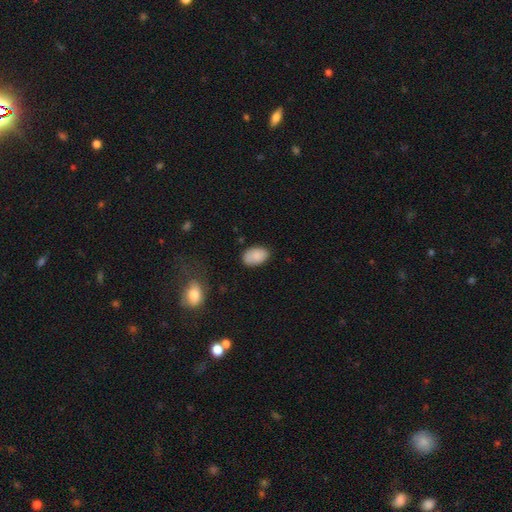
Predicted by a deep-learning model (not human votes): A smooth galaxy with no disk features (86%) that is in between round and cigar-shaped (90%). Merging: none (78%).